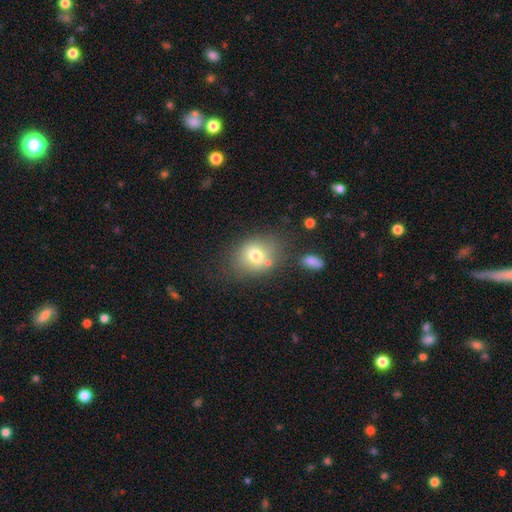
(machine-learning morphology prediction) Smooth or featured?
  - smooth: 71% *
  - featured or disk: 18%
  - star or artifact: 11%
How rounded?
  - round: 50% *
  - in between: 49%
  - cigar-shaped: 1%
Merging?
  - none: 63% *
  - minor disturbance: 17%
  - merger: 13%
  - major disturbance: 7%